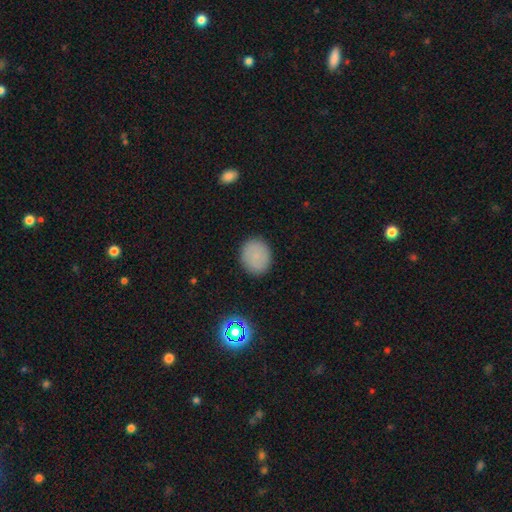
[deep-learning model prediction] Smooth or featured? smooth (80%)
How rounded? round (75%)
Merging? none (88%)